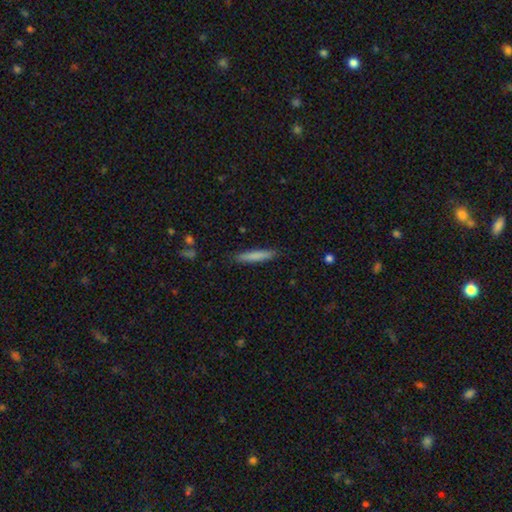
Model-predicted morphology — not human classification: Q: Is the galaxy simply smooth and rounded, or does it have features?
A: smooth — 78%.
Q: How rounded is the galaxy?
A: cigar-shaped — 92%.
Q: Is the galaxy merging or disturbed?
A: none — 88%.